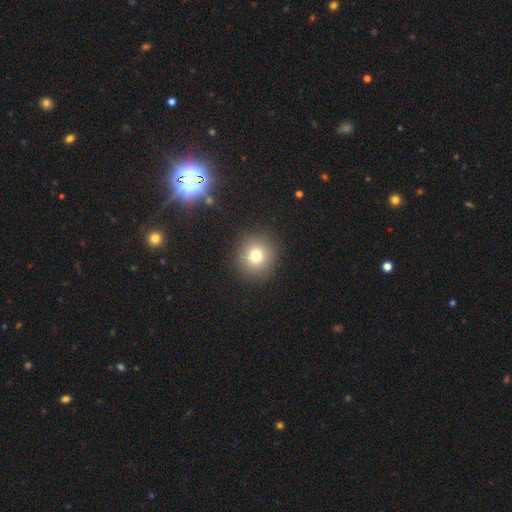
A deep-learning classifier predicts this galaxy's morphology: Overall: smooth (77%). How rounded: round (92%). Merging: none (90%).